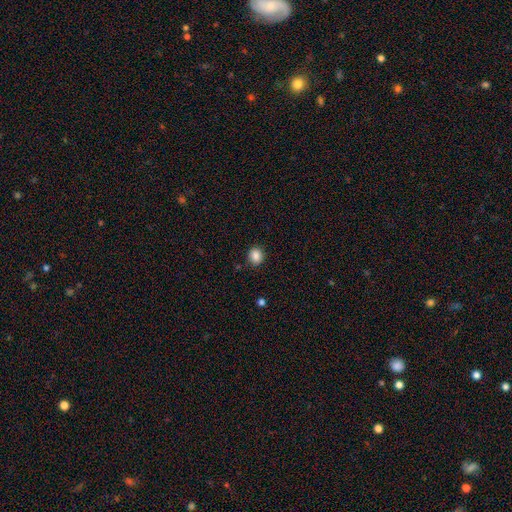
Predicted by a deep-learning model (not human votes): smooth-or-featured: smooth: 86% | star or artifact: 10% | featured or disk: 4%
  how-rounded: round: 78% | in between: 21% | cigar-shaped: 1%
  merging: none: 89% | minor disturbance: 7% | major disturbance: 2% | merger: 1%